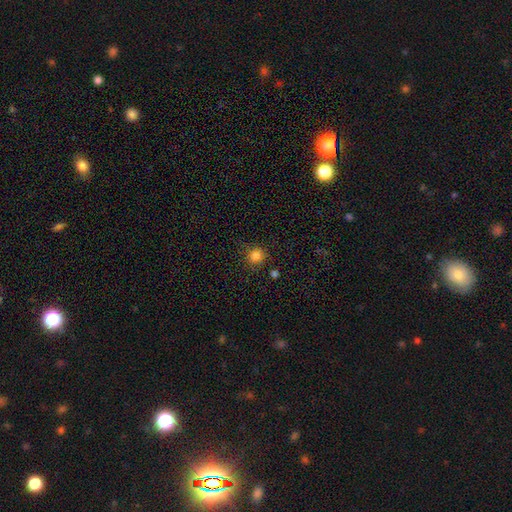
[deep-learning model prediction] This appears to be a smooth galaxy with no disk features (83%) that is round (92%). Merging: none (81%).